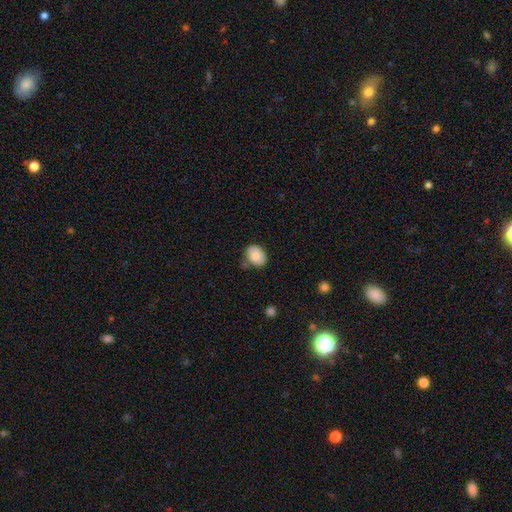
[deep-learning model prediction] Smooth or featured? Predicted: smooth (p=0.79). How rounded? Predicted: in between (p=0.68). Merging? Predicted: none (p=0.71).